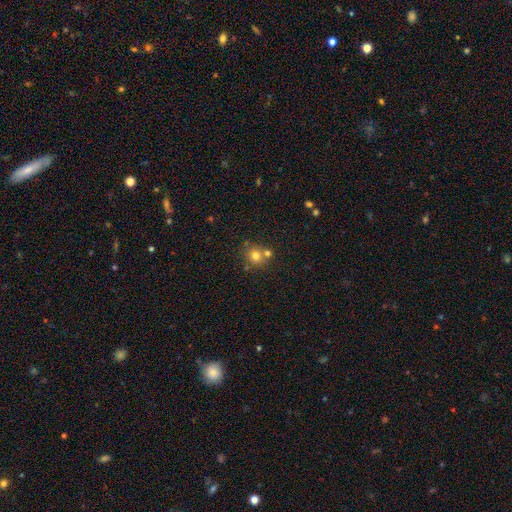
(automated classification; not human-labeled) This appears to be a smooth galaxy with no disk features (75%) that is round (87%). Merging: none (60%).